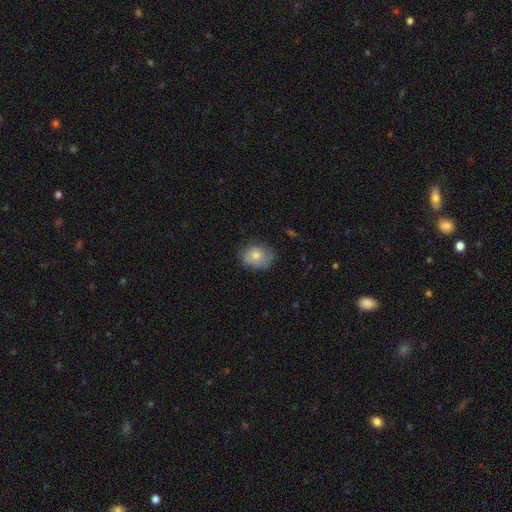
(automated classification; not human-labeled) Smooth or featured?
  - smooth: 72% *
  - featured or disk: 21%
  - star or artifact: 8%
How rounded?
  - in between: 52% *
  - round: 47%
  - cigar-shaped: 1%
Merging?
  - none: 64% *
  - minor disturbance: 27%
  - major disturbance: 8%
  - merger: 2%